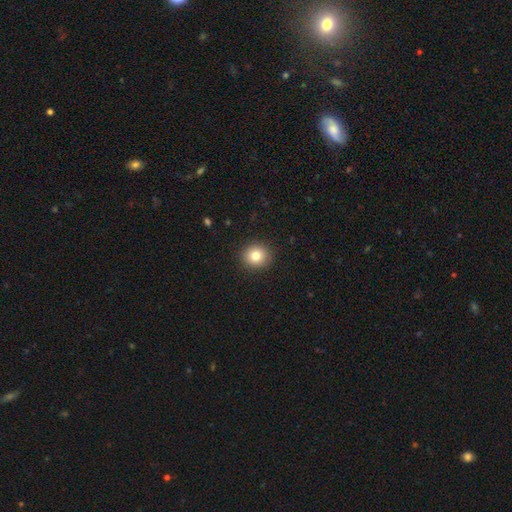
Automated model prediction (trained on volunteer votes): The model was most divided on "smooth or featured": smooth: 80%, star or artifact: 11%, featured or disk: 9%. More confident: merging — none (91%); how rounded — round (86%).